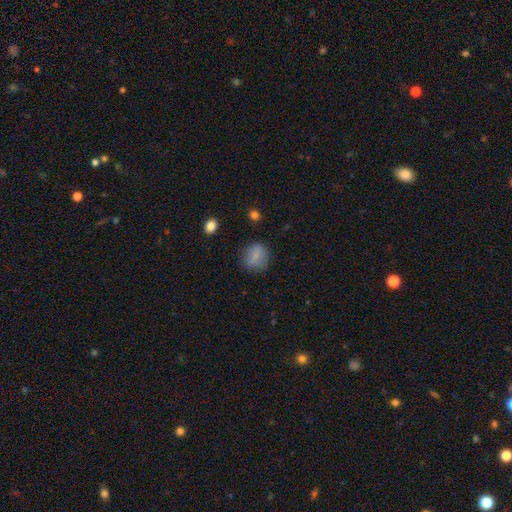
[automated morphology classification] Q: Smooth or featured?
A: smooth (79%); runner-up: featured or disk (11%)
Q: How rounded?
A: round (66%); runner-up: in between (33%)
Q: Merging?
A: none (76%); runner-up: minor disturbance (16%)